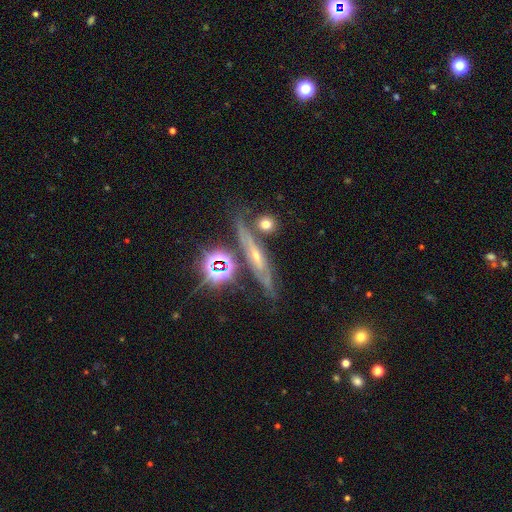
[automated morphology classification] This is possibly a featured or disk galaxy (53%). It is likely viewed edge-on (68%). Merging: likely none (69%).